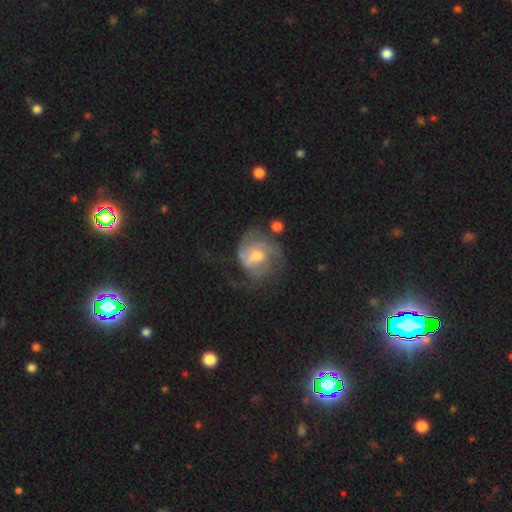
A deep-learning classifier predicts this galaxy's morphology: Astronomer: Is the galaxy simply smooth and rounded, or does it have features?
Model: featured or disk — 73%.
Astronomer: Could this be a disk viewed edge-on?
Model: no — 98%.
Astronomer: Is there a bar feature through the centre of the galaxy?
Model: no — 53% (runner-up: weak, 40%).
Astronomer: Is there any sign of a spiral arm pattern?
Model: yes — 84%.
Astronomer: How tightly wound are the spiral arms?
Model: tight — 41% (runner-up: medium, 38%).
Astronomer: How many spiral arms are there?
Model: can't tell — 36% (runner-up: 2, 30%).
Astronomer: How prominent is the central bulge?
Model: moderate — 59%.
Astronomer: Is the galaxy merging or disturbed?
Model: none — 43% (runner-up: major disturbance, 30%).